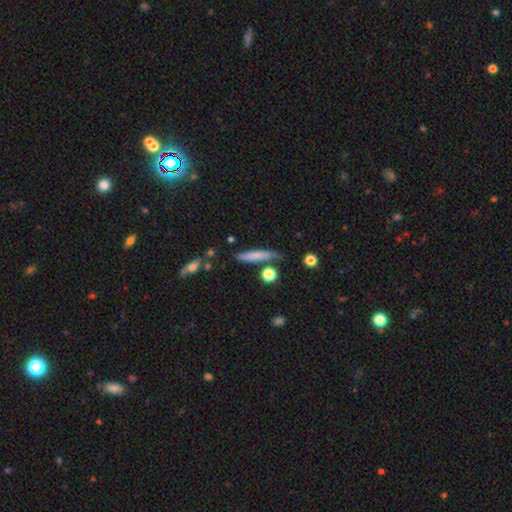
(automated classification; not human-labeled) Smooth or featured?
  - smooth: 70% *
  - featured or disk: 22%
  - star or artifact: 8%
How rounded?
  - cigar-shaped: 86% *
  - in between: 11%
  - round: 3%
Merging?
  - none: 69% *
  - minor disturbance: 19%
  - merger: 7%
  - major disturbance: 5%